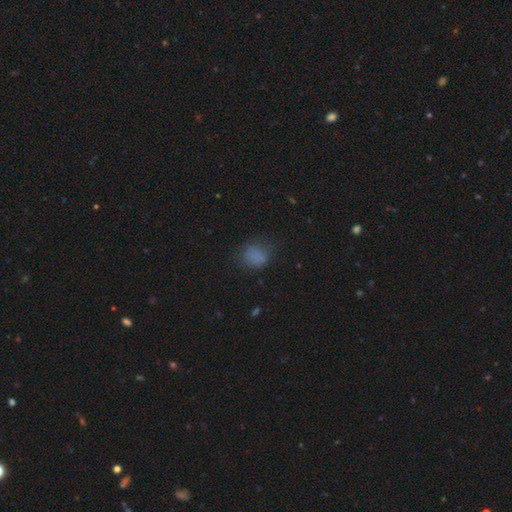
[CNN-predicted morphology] type=smooth (75%); roundness=round (58%); merging=none (63%).